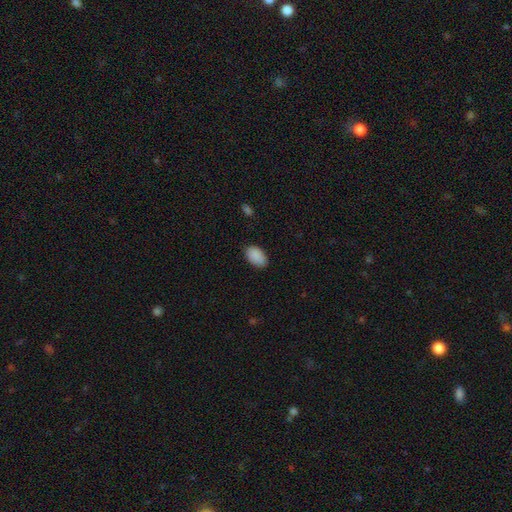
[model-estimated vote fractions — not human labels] This is clearly a smooth galaxy (90%). How rounded: clearly in between (92%). Merging: clearly none (85%).